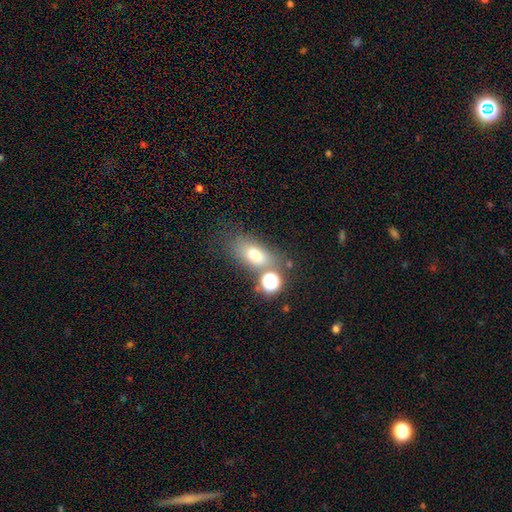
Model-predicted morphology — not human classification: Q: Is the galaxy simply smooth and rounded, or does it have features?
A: smooth — 71%.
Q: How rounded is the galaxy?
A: in between — 76%.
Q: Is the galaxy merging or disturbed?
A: none — 57%.